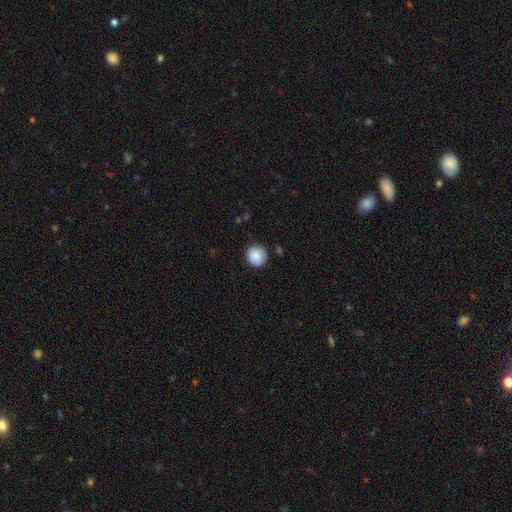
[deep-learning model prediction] A smooth galaxy with no disk features (87%) that is round (93%).

Vote fractions:
- Smooth or featured? smooth: 87% / star or artifact: 8% / featured or disk: 5%
- How rounded? round: 93% / in between: 6% / cigar-shaped: 1%
- Merging? none: 88% / minor disturbance: 9% / major disturbance: 2% / merger: 1%